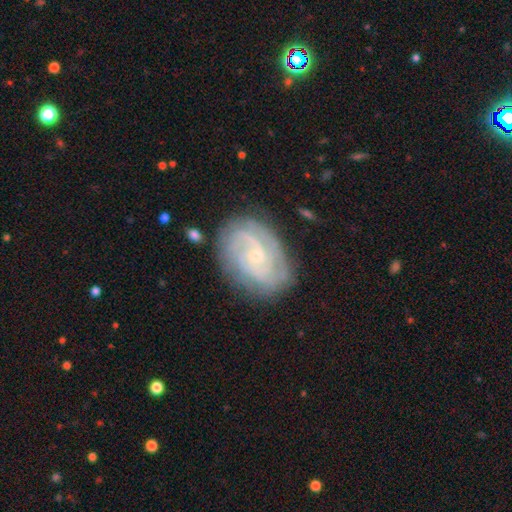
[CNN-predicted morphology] A featured or disk galaxy (84%) with no bar (63%), 2 (36%) tight (61%) spiral arms (96%) and a small central bulge (79%).

Vote fractions:
- Smooth or featured? featured or disk: 84% / smooth: 10% / star or artifact: 6%
- Edge-on disk? no: 97% / yes: 3%
- Bar? no: 63% / weak: 31% / strong: 5%
- Spiral arms? yes: 96% / no: 4%
- Spiral winding? tight: 61% / medium: 32% / loose: 7%
- Spiral arm count? 2: 36% / can't tell: 25% / 3: 20% / 4: 8% / more than 4: 5% / 1: 5%
- Bulge size? small: 79% / moderate: 17% / none: 3% / large: 1% / dominant: 1%
- Merging? none: 79% / minor disturbance: 15% / major disturbance: 5% / merger: 1%